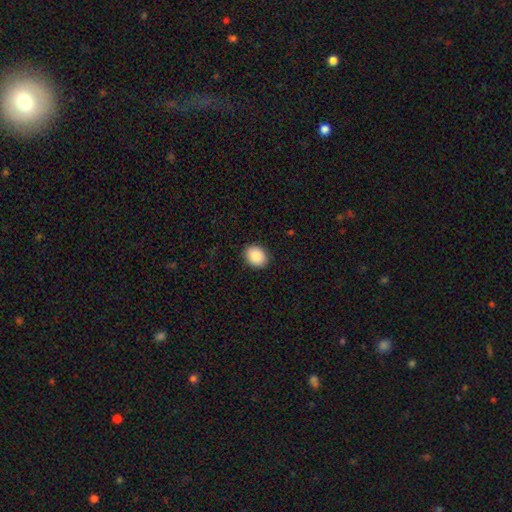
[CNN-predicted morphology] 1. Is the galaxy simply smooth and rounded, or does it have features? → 87% smooth, 8% star or artifact, 5% featured or disk.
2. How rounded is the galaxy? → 55% round, 44% in between, 1% cigar-shaped.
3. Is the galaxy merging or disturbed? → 90% none, 7% minor disturbance, 2% major disturbance, 1% merger.